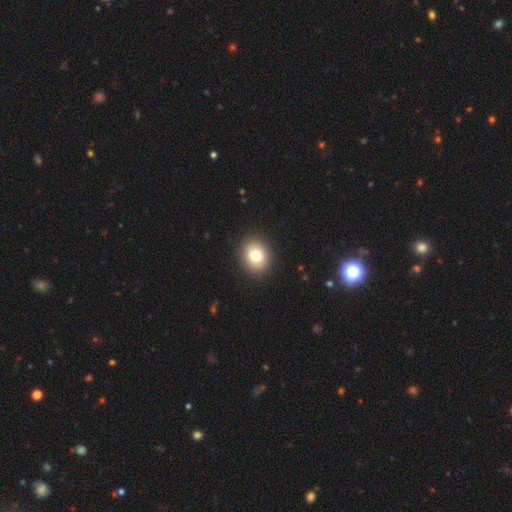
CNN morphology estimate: A smooth galaxy with no disk features (80%) that is round (64%).

Vote fractions:
- Smooth or featured? smooth: 80% / featured or disk: 10% / star or artifact: 10%
- How rounded? round: 64% / in between: 35% / cigar-shaped: 1%
- Merging? none: 91% / minor disturbance: 6% / major disturbance: 2% / merger: 1%